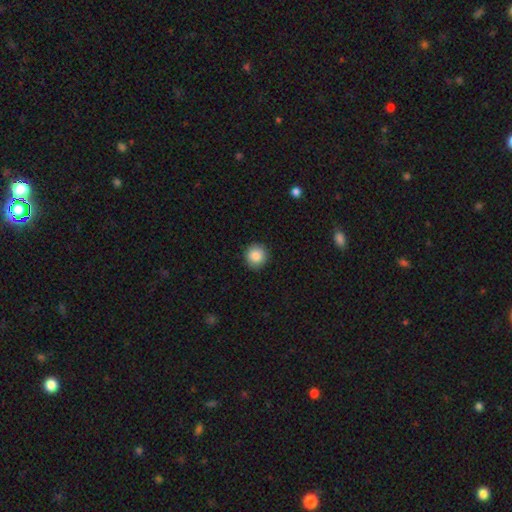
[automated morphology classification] Smooth or featured: smooth — 87% (star or artifact — 8%)
How rounded: round — 93% (in between — 6%)
Merging: none — 90% (minor disturbance — 7%)